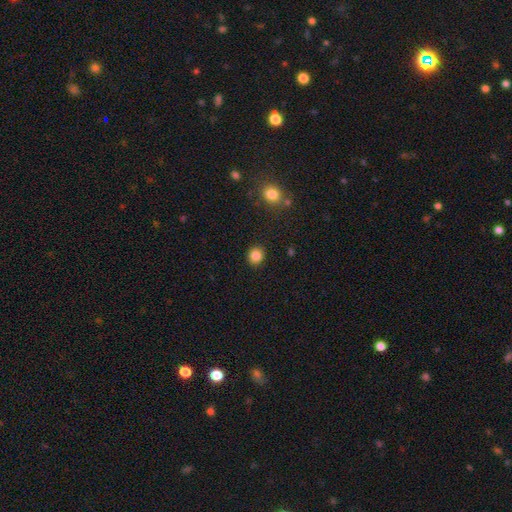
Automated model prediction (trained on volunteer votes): smooth 85%, star or artifact 11%, featured or disk 4%. Down the decision tree: how rounded — round (82%); merging — none (90%).